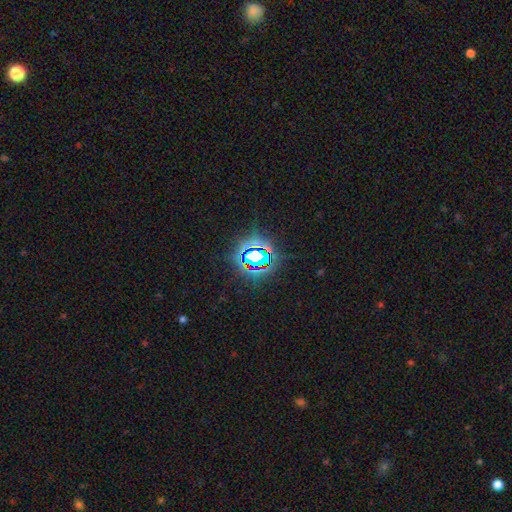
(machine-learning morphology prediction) Smooth or featured? star or artifact (75%)